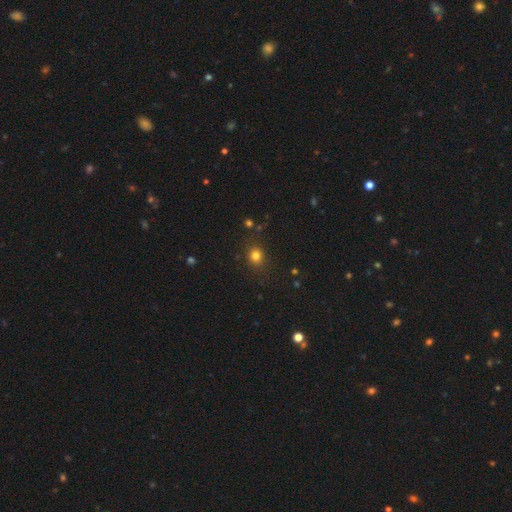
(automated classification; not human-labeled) Smooth or featured? Predicted: smooth (p=0.79). How rounded? Predicted: round (p=0.77). Merging? Predicted: none (p=0.85).